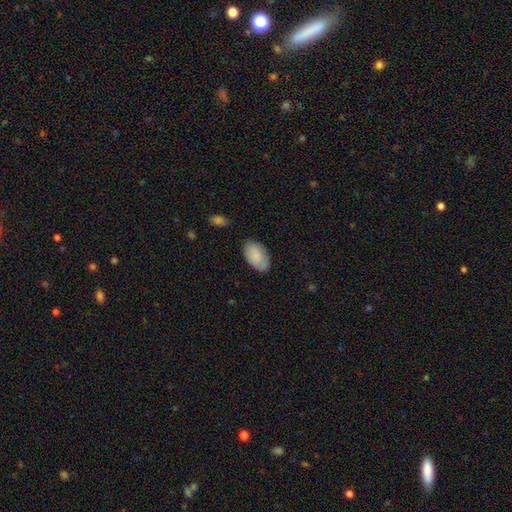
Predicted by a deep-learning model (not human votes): This appears to be a smooth galaxy with no disk features (85%) that is in between round and cigar-shaped (94%). Merging: none (80%).